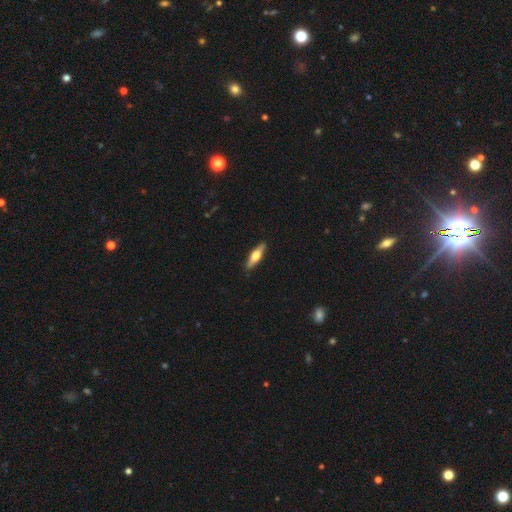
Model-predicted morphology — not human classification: smooth-or-featured: smooth: 48% | featured or disk: 46% | star or artifact: 5%
  merging: none: 89% | minor disturbance: 8% | major disturbance: 2% | merger: 1%